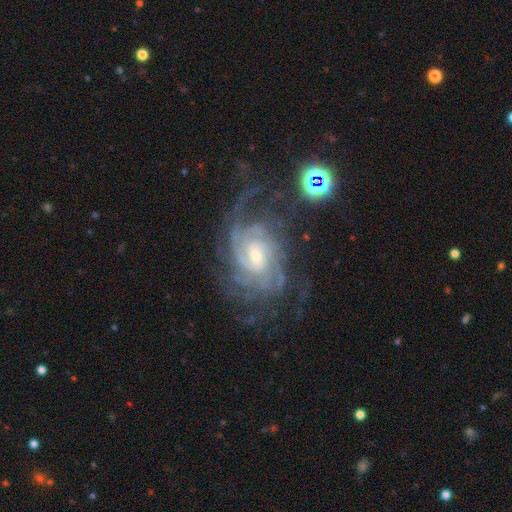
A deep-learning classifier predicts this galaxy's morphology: This appears to be a featured or disk galaxy (89%) with no bar (47%), tight (63%) spiral arms (98%) and a small central bulge (63%). Merging: none (61%).